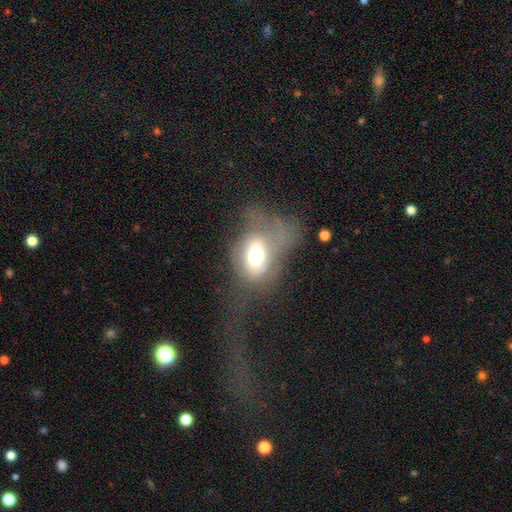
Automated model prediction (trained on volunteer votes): smooth-or-featured: smooth: 55% | featured or disk: 34% | star or artifact: 11%
  how-rounded: in between: 64% | round: 35% | cigar-shaped: 1%
  merging: major disturbance: 53% | none: 22% | minor disturbance: 21% | merger: 4%